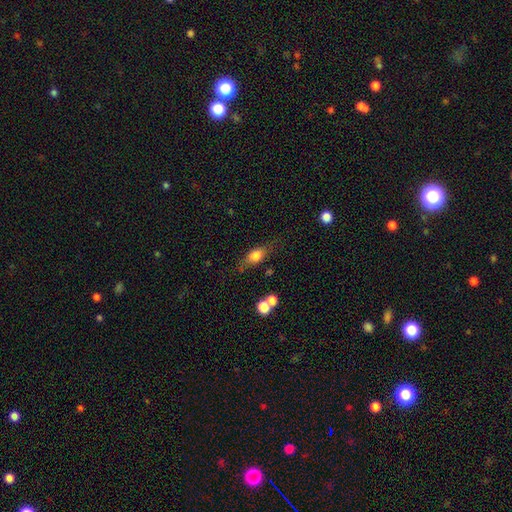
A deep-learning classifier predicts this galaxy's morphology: This appears to be a smooth galaxy with no disk features (68%) that is in between round and cigar-shaped (68%). Merging: none (67%).